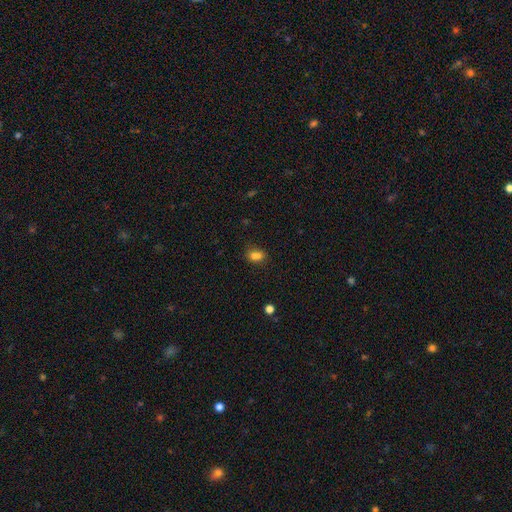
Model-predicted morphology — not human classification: This is likely a smooth galaxy (76%). How rounded: likely in between (63%). Merging: possibly none (48%).